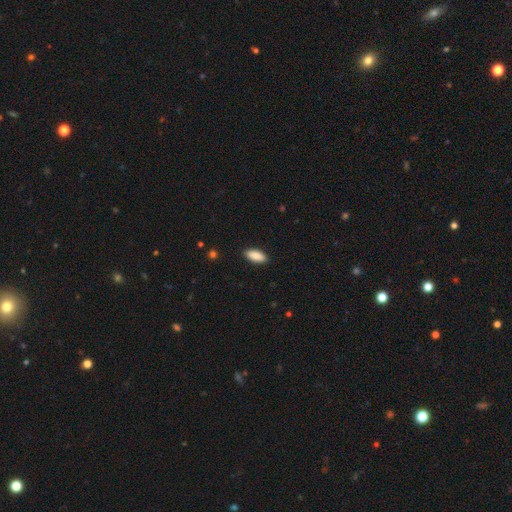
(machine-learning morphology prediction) type=smooth (90%); roundness=in between (85%); merging=none (90%).